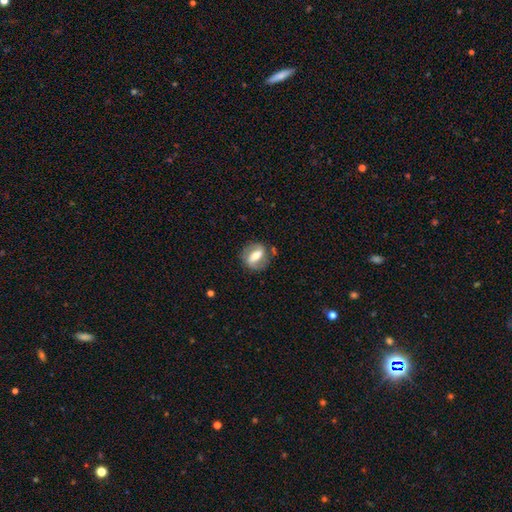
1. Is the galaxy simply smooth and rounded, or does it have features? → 71% featured or disk, 26% smooth, 3% star or artifact.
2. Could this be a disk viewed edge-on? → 100% no, 0% yes.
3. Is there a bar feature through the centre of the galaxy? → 63% strong, 30% weak, 7% no.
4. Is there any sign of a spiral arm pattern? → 89% yes, 11% no.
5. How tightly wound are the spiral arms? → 50% medium, 33% loose, 17% tight.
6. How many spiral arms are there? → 96% 2, 4% 1, 0% 3, 0% 4, 0% more than 4, 0% can't tell.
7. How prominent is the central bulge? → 56% moderate, 22% small, 19% large, 4% none, 0% dominant.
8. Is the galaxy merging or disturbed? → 76% none, 14% minor disturbance, 11% major disturbance, 0% merger.